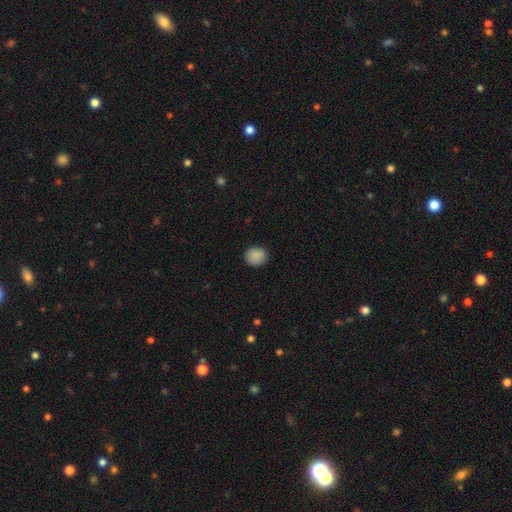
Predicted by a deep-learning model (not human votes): smooth_or_featured: smooth (p=0.89) [alt: star or artifact p=0.08]
how_rounded: round (p=0.73) [alt: in between p=0.26]
merging: none (p=0.87) [alt: minor disturbance p=0.10]